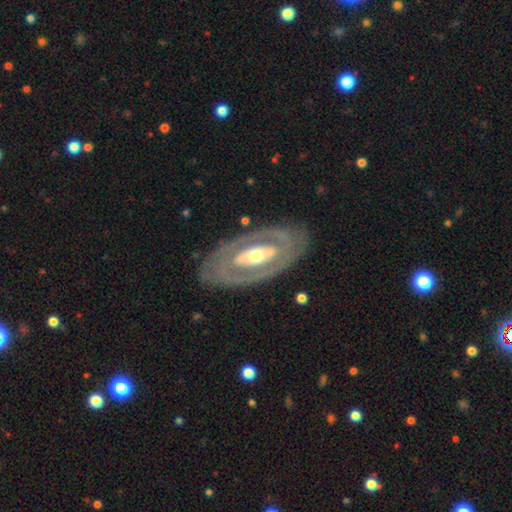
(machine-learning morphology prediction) Smooth or featured? featured or disk (76%)
Edge-on disk? no (90%)
Bar? no (57%)
Spiral arms? no (66%)
Bulge size? moderate (67%)
Merging? none (81%)